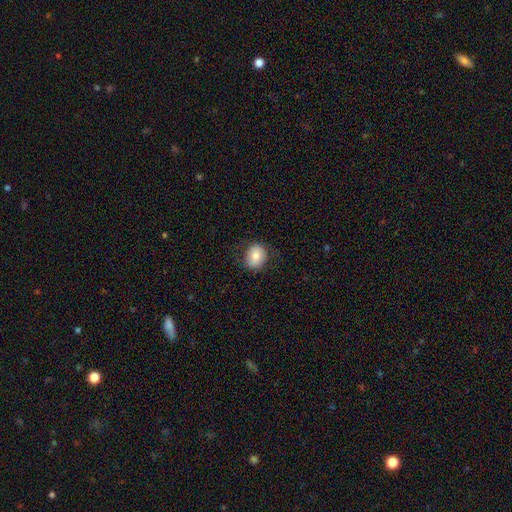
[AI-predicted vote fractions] Morphology: type=smooth (75%); roundness=round (56%); merging=none (76%).